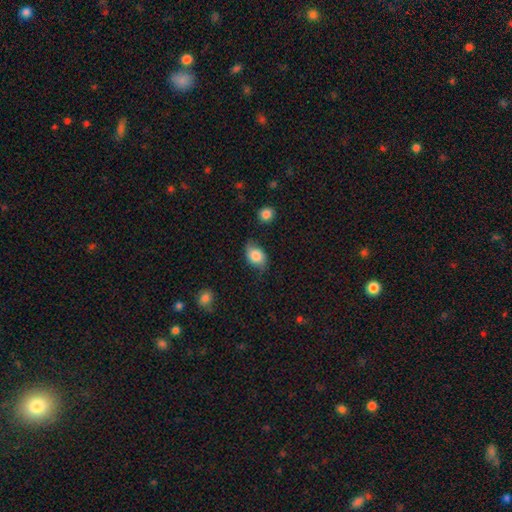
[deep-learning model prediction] This is likely a smooth galaxy (79%). How rounded: likely in between (75%). Merging: likely none (64%).